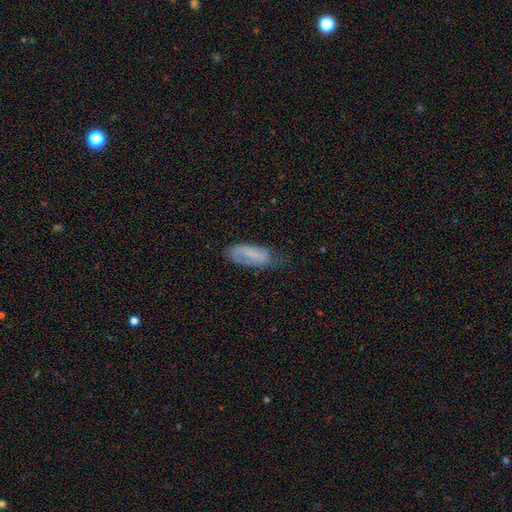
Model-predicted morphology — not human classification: smooth-or-featured: smooth: 50% | featured or disk: 37% | star or artifact: 12%
  how-rounded: in between: 73% | cigar-shaped: 24% | round: 3%
  merging: none: 62% | minor disturbance: 27% | major disturbance: 9% | merger: 2%